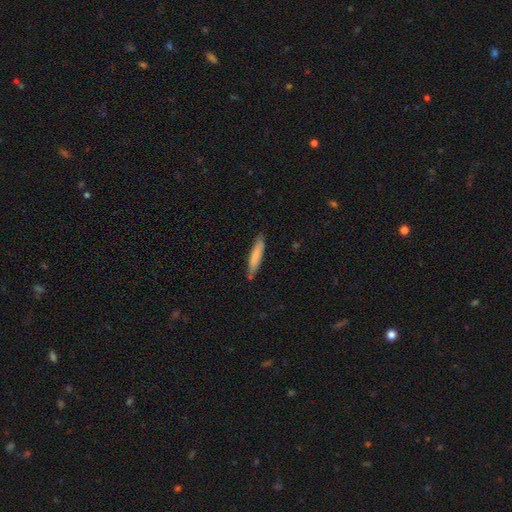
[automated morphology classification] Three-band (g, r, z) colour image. It shows a smooth galaxy with no disk features (77%) that is cigar-shaped (87%). Merging: none (80%).